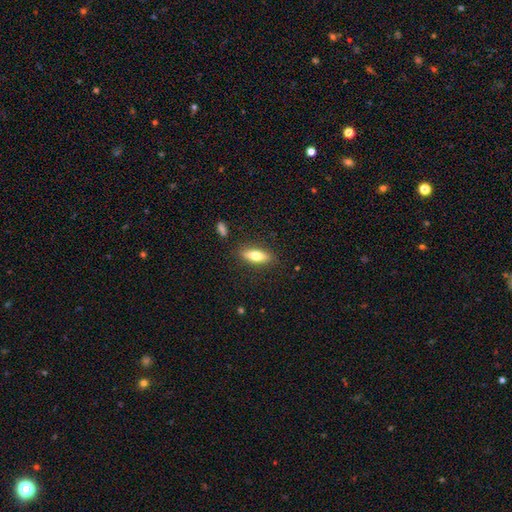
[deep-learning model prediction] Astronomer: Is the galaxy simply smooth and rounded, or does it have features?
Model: smooth — 66%.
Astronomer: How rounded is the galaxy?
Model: in between — 53% (runner-up: cigar-shaped, 44%).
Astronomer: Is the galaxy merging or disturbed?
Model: none — 86%.